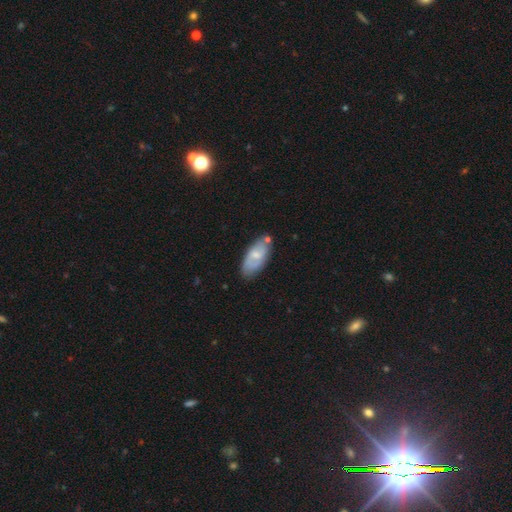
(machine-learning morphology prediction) Overall: smooth (49%; featured or disk 45%). Merging: none (65%).